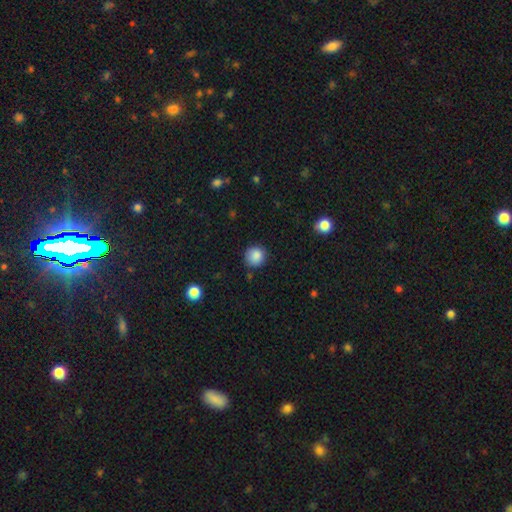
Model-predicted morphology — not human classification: A smooth galaxy with no disk features (87%) that is round (92%). Merging: none (85%).